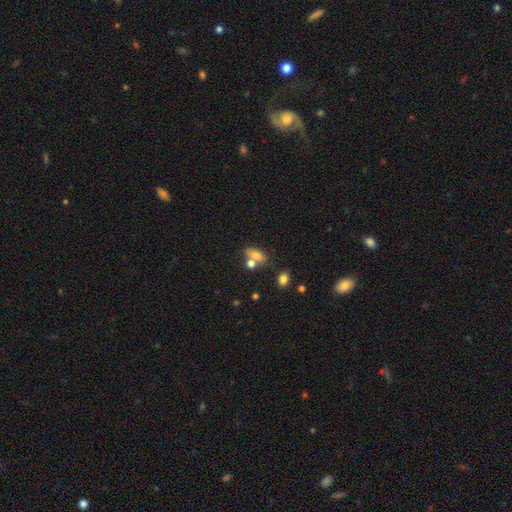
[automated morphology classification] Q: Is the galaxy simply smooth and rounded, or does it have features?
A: smooth — 70%.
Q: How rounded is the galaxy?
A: in between — 77%.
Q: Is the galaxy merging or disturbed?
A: none — 43%.